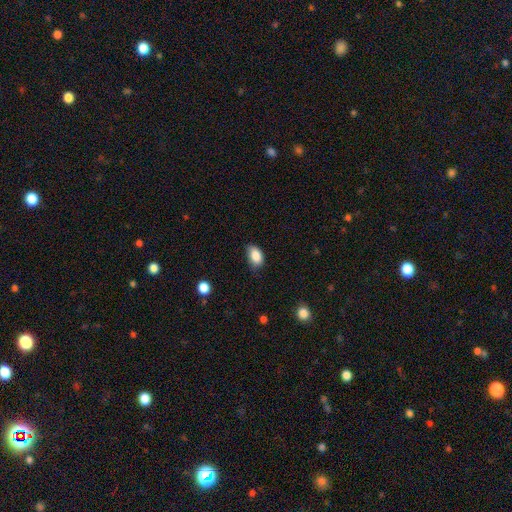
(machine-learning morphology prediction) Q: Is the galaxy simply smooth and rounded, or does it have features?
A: smooth — 87%.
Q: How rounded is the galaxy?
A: in between — 89%.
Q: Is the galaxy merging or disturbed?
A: none — 68%.